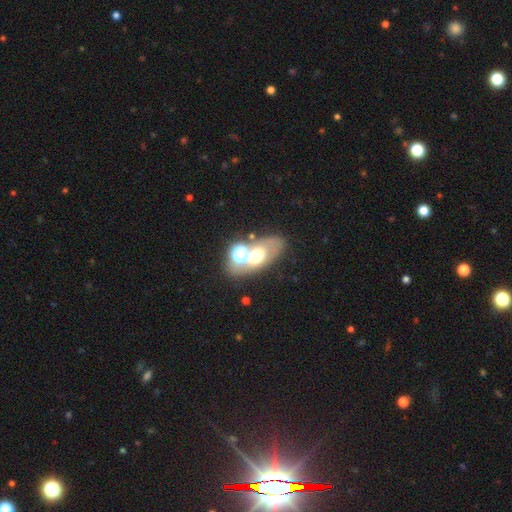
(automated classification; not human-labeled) The model was most divided on "smooth or featured": smooth: 45%, featured or disk: 36%, star or artifact: 19%. More confident: merging — none (52%).